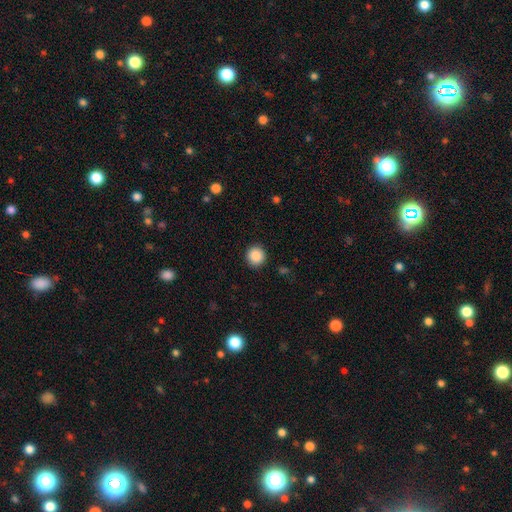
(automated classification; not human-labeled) Smooth or featured: smooth — 88% (star or artifact — 9%)
How rounded: round — 93% (in between — 6%)
Merging: none — 91% (minor disturbance — 6%)